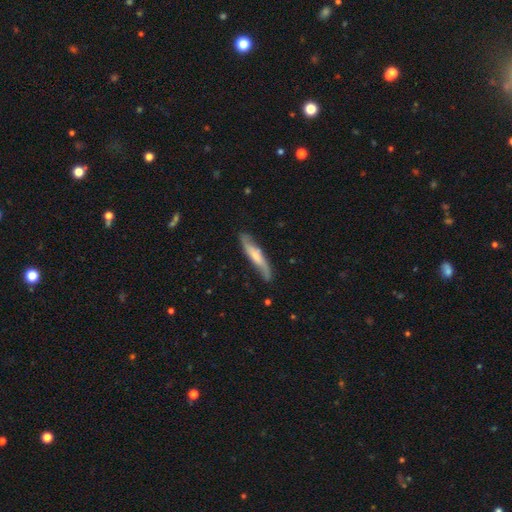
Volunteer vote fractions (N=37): This appears to be a smooth galaxy with no disk features (51%) that is cigar-shaped (95%). Merging: none (71%).